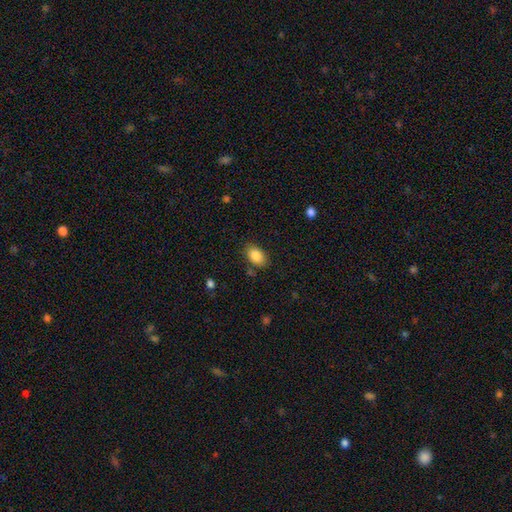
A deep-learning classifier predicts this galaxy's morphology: The model was most divided on "merging": none: 82%, minor disturbance: 13%, major disturbance: 3%, merger: 2%. More confident: how rounded — in between (87%); smooth or featured — smooth (86%).